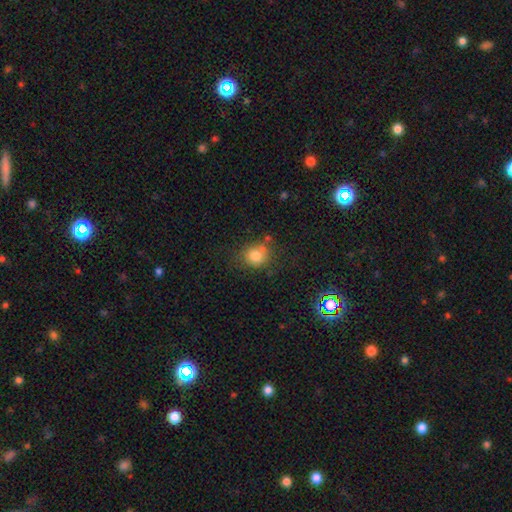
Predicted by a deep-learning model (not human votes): Smooth or featured? smooth (79%)
How rounded? round (76%)
Merging? none (62%)